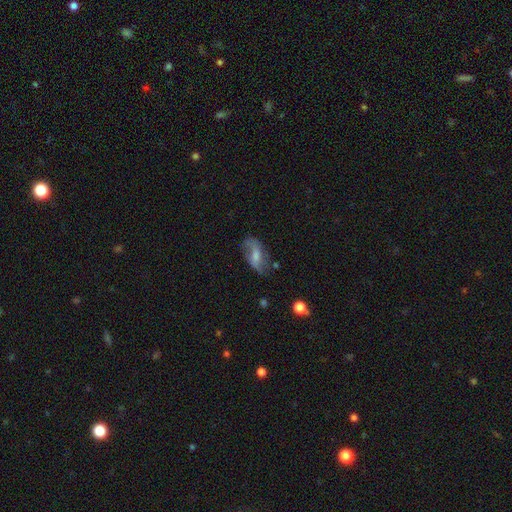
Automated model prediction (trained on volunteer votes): The model was most divided on "bulge size": moderate: 44%, small: 38%, none: 11%, large: 6%, dominant: 1%. Remaining: edge-on disk — no (91%); spiral arms — yes (82%); merging — none (63%); smooth or featured — featured or disk (62%); bar — weak (45%).